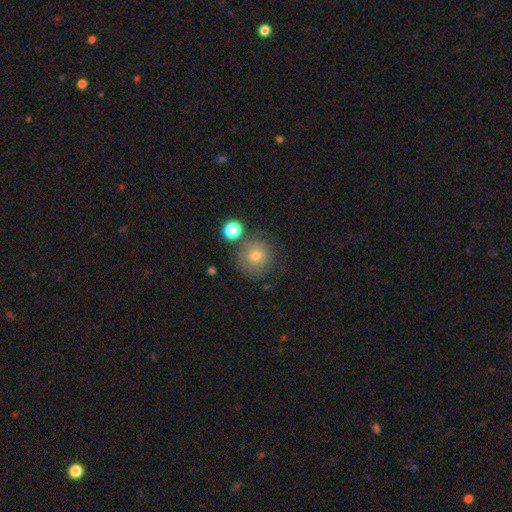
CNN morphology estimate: Overall: smooth (70%). How rounded: round (91%). Merging: none (71%).